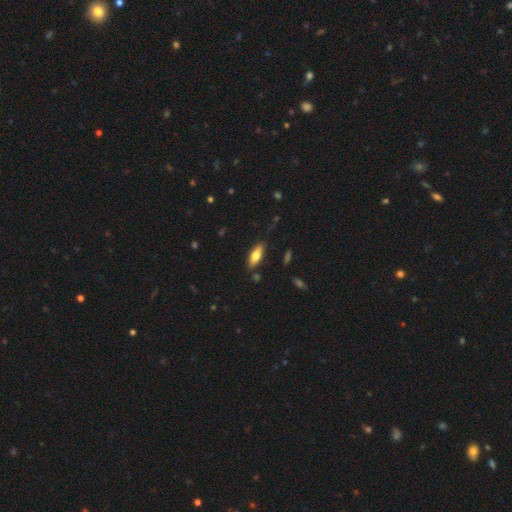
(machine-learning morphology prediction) This appears to be a smooth galaxy with no disk features (70%) that is in between round and cigar-shaped (68%). Merging: none (81%).